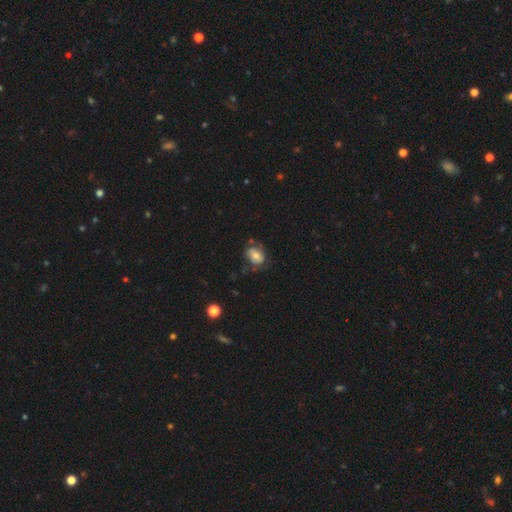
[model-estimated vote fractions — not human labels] This appears to be a smooth galaxy with no disk features (56%) that is in between round and cigar-shaped (63%). Merging: none (53%).